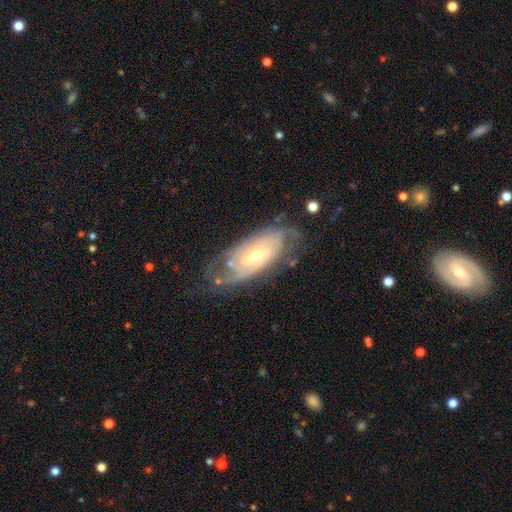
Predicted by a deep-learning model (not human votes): Smooth or featured? featured or disk (84%)
Edge-on disk? no (92%)
Bar? no (49%)
Spiral arms? yes (93%)
Spiral winding? tight (67%)
Spiral arm count? can't tell (44%)
Bulge size? moderate (50%)
Merging? none (65%)